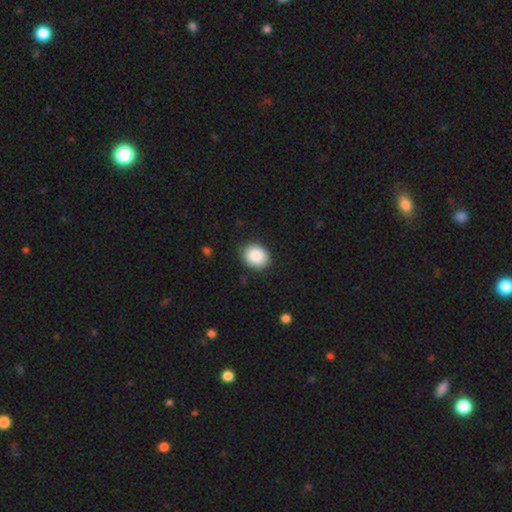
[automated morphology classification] The model was most divided on "how rounded": round: 53%, in between: 46%, cigar-shaped: 1%. More confident: smooth or featured — smooth (88%); merging — none (88%).